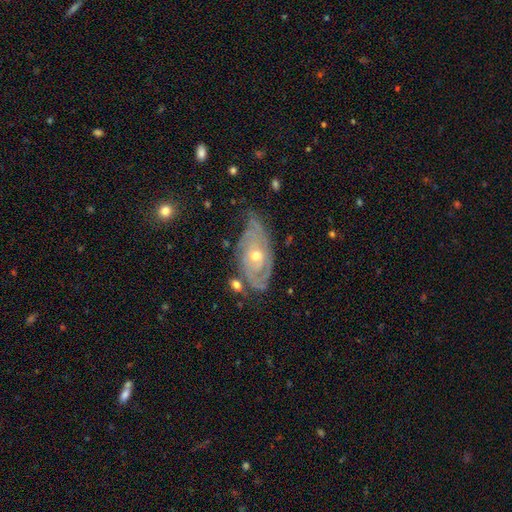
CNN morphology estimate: Overall: featured or disk (83%). Edge-on disk: no (93%). Bar: no (76%). Spiral arms: yes (93%). Spiral arm count: 2 (37%; can't tell 32%). Spiral winding: tight (70%). Bulge size: moderate (51%; small 46%). Merging: none (63%; minor disturbance 25%).